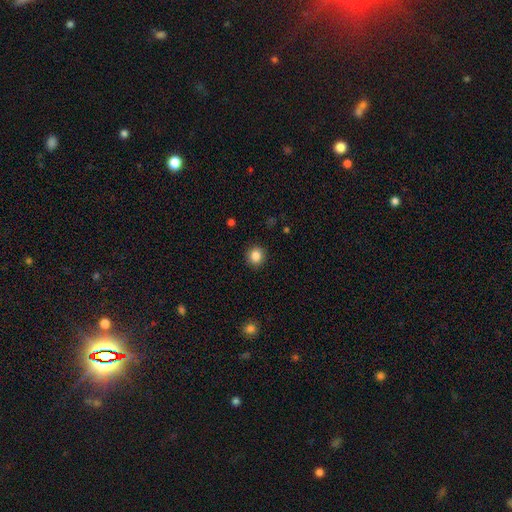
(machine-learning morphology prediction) smooth-or-featured: smooth: 85% | star or artifact: 10% | featured or disk: 5%
  how-rounded: round: 87% | in between: 12% | cigar-shaped: 1%
  merging: none: 91% | minor disturbance: 6% | major disturbance: 2% | merger: 1%